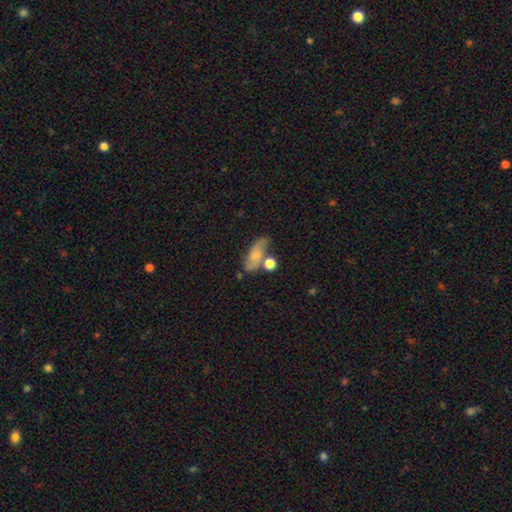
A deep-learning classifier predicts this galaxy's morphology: Smooth or featured? smooth (57%)
How rounded? in between (74%)
Merging? none (47%)